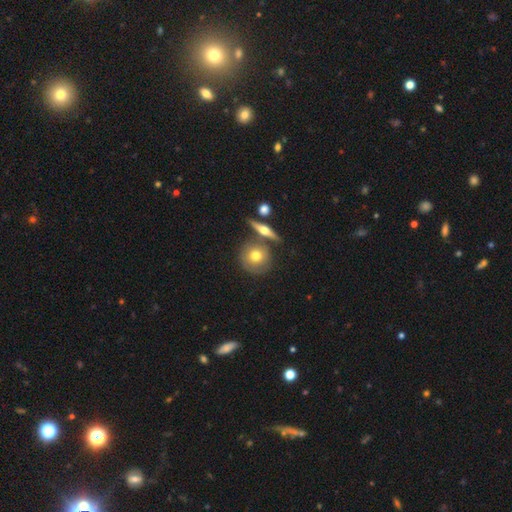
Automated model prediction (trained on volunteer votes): This appears to be a smooth galaxy with no disk features (60%) that is round (87%). Merging: none (69%).